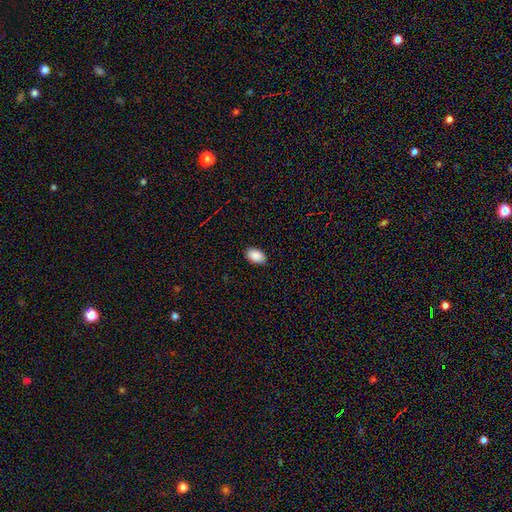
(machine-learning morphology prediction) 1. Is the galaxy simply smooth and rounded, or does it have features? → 89% smooth, 7% star or artifact, 3% featured or disk.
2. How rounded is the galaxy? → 91% in between, 8% round, 1% cigar-shaped.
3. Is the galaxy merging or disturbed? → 88% none, 10% minor disturbance, 2% major disturbance, 1% merger.